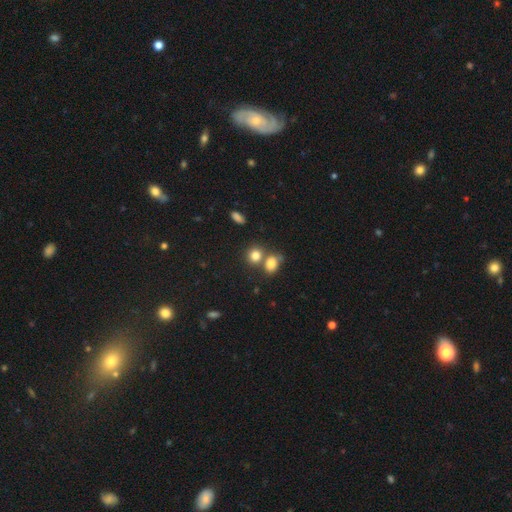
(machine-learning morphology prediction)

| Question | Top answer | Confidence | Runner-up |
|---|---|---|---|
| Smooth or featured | smooth | 81% | star or artifact (12%) |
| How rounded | round | 67% | in between (32%) |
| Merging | none | 49% | merger (38%) |